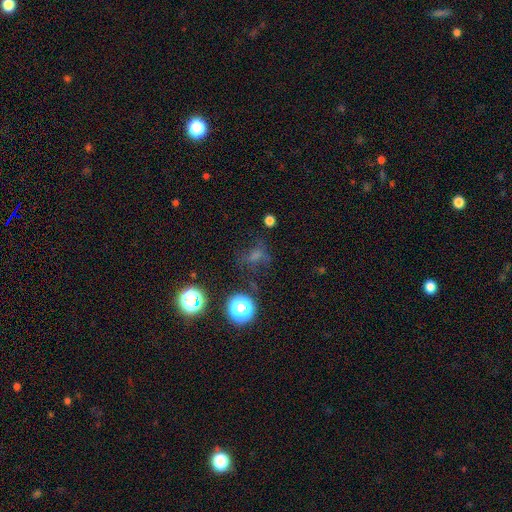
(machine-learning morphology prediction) Q: Smooth or featured?
A: star or artifact (43%); runner-up: smooth (36%)